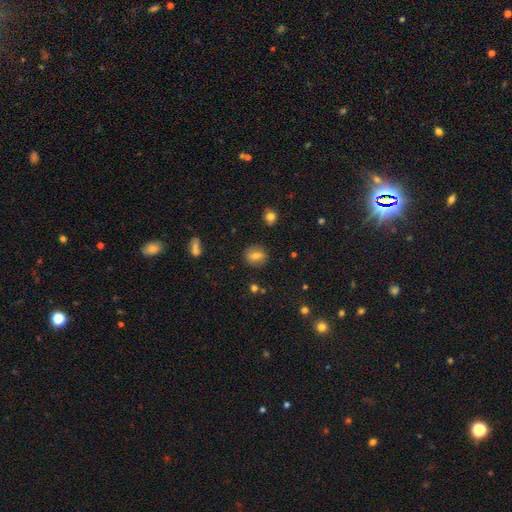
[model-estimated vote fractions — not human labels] This appears to be a smooth galaxy with no disk features (73%) that is round (68%). Merging: none (86%).